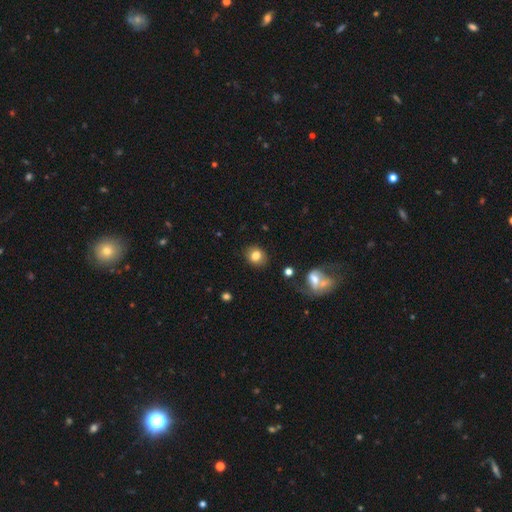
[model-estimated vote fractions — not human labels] smooth 80%, star or artifact 10%, featured or disk 9%. Down the decision tree: how rounded — round (71%); merging — none (87%).